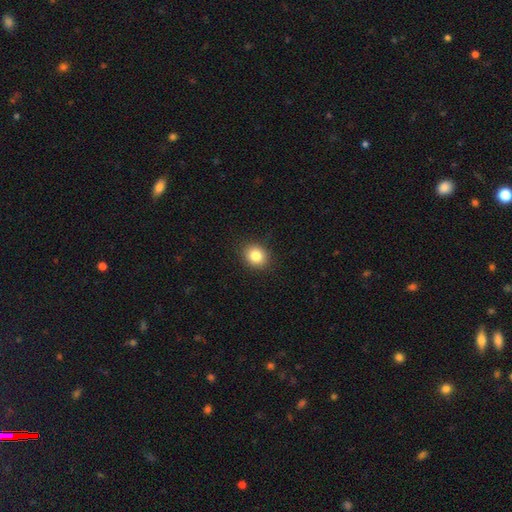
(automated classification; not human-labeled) Morphology: type=smooth (83%); roundness=round (67%); merging=none (89%).